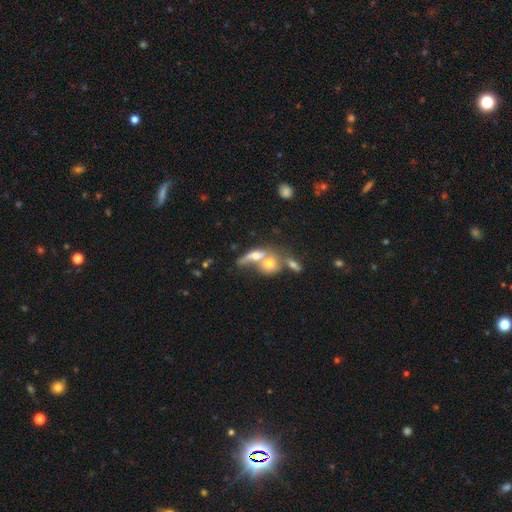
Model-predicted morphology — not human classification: Smooth or featured? smooth (55%)
How rounded? in between (52%)
Merging? merger (68%)